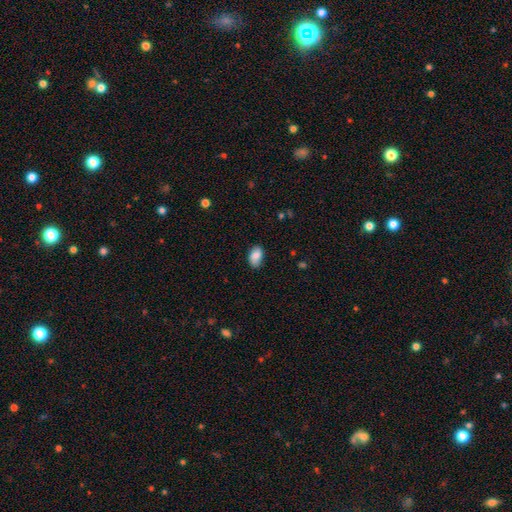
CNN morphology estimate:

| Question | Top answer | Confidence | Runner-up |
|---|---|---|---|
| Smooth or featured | smooth | 85% | featured or disk (8%) |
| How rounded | in between | 91% | round (8%) |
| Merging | none | 74% | minor disturbance (21%) |